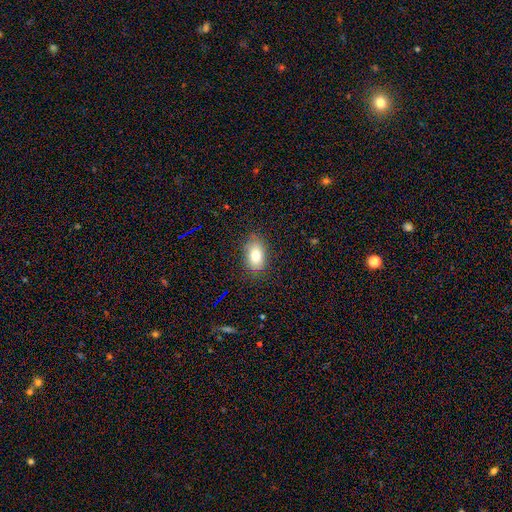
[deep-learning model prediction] The model was most divided on "smooth or featured": smooth: 77%, featured or disk: 13%, star or artifact: 10%. More confident: how rounded — in between (87%); merging — none (82%).